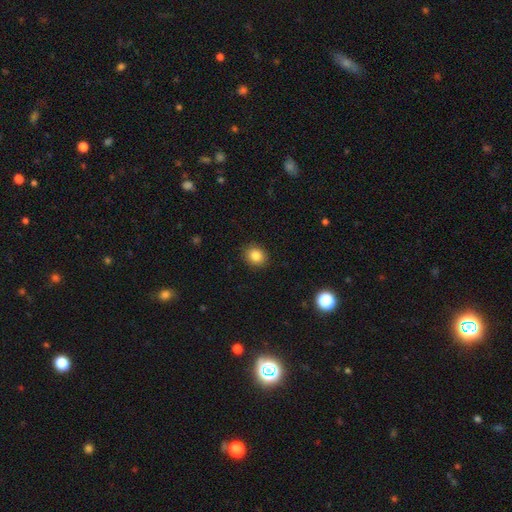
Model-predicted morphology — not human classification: Smooth or featured? smooth (84%)
How rounded? round (67%)
Merging? none (90%)